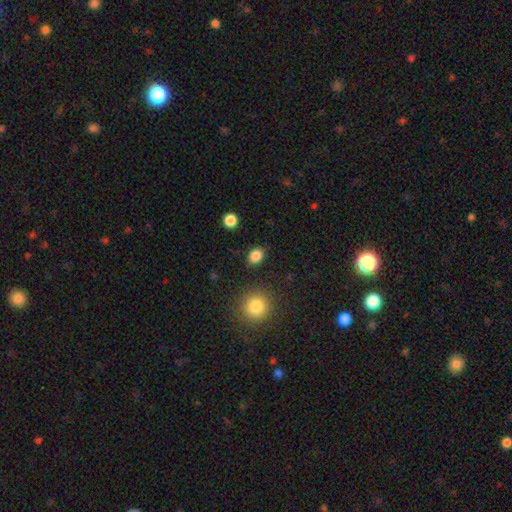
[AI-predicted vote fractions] Smooth or featured? Predicted: smooth (p=0.86). How rounded? Predicted: in between (p=0.62). Merging? Predicted: none (p=0.87).